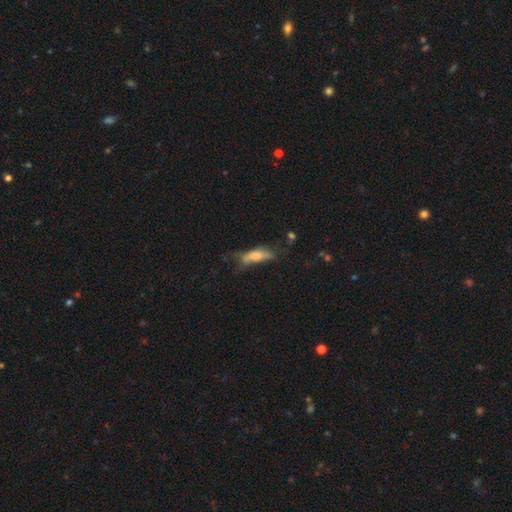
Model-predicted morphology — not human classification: type=smooth (67%); roundness=in between (53%); merging=none (34%).